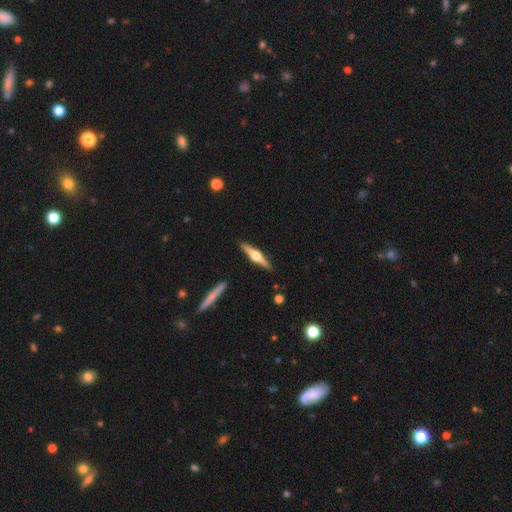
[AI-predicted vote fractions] A featured or disk galaxy (76%) viewed edge-on (98%) with a rounded central bulge (95%). Merging: none (90%).